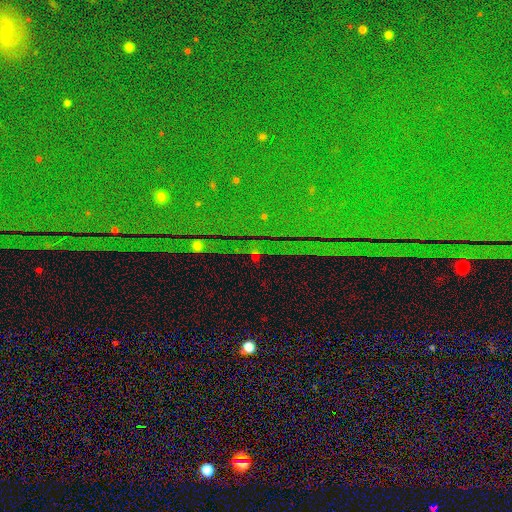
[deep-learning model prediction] Morphology: type=star or artifact (75%).